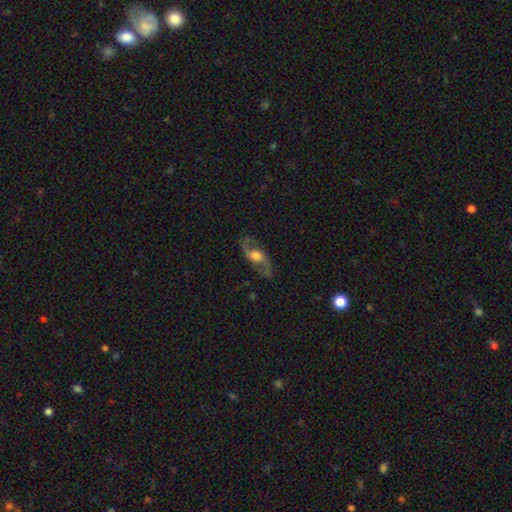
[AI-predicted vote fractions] A featured or disk galaxy (79%) with no bar (60%), 2 (92%) loose (53%) spiral arms (90%) and a moderate central bulge (53%).

Vote fractions:
- Smooth or featured? featured or disk: 79% / smooth: 15% / star or artifact: 6%
- Edge-on disk? no: 88% / yes: 12%
- Bar? no: 60% / weak: 31% / strong: 9%
- Spiral arms? yes: 90% / no: 10%
- Spiral winding? loose: 53% / medium: 39% / tight: 9%
- Spiral arm count? 2: 92% / can't tell: 3% / 1: 2% / 3: 1% / 4: 1% / more than 4: 1%
- Bulge size? moderate: 53% / large: 36% / small: 7% / dominant: 2% / none: 2%
- Merging? none: 79% / minor disturbance: 14% / major disturbance: 6% / merger: 1%